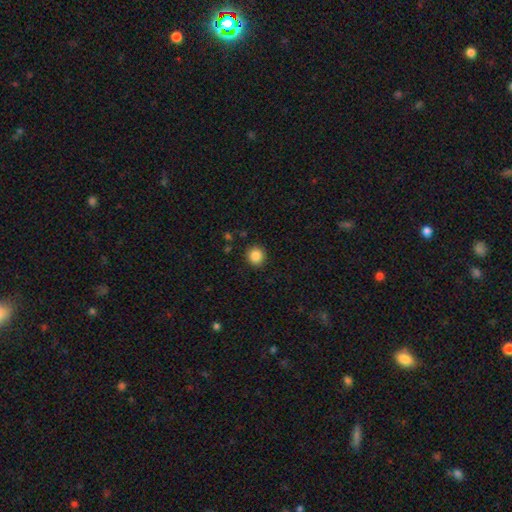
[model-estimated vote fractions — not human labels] A smooth galaxy with no disk features (87%) that is round (91%).

Vote fractions:
- Smooth or featured? smooth: 87% / star or artifact: 10% / featured or disk: 3%
- How rounded? round: 91% / in between: 8% / cigar-shaped: 1%
- Merging? none: 90% / minor disturbance: 6% / major disturbance: 2% / merger: 1%